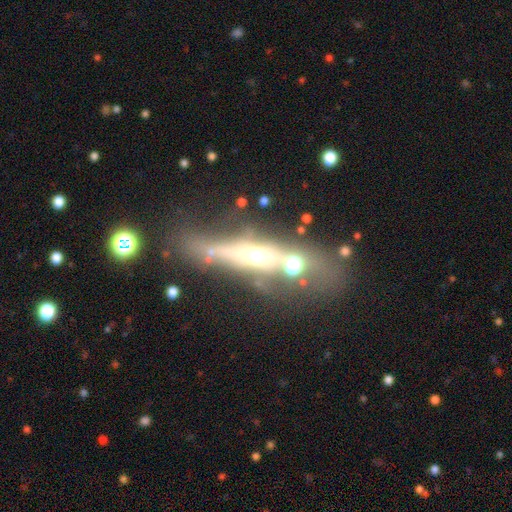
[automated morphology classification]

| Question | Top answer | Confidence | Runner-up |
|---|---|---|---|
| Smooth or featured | featured or disk | 64% | smooth (25%) |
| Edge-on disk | yes | 69% | no (31%) |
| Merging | none | 37% | merger (27%) |